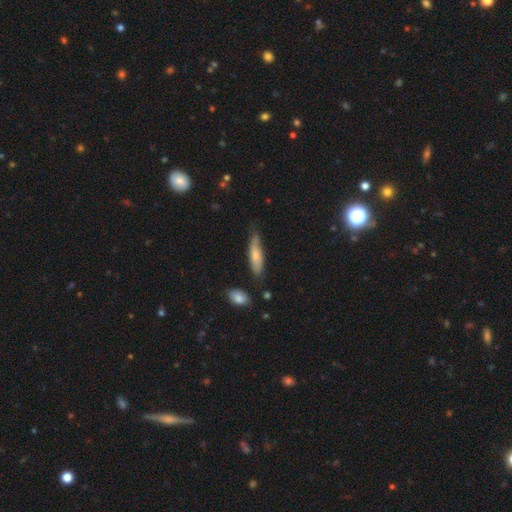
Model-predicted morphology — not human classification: A smooth galaxy with no disk features (67%) that is cigar-shaped (60%).

Vote fractions:
- Smooth or featured? smooth: 67% / featured or disk: 28% / star or artifact: 6%
- How rounded? cigar-shaped: 60% / in between: 38% / round: 2%
- Merging? none: 59% / minor disturbance: 30% / major disturbance: 6% / merger: 4%